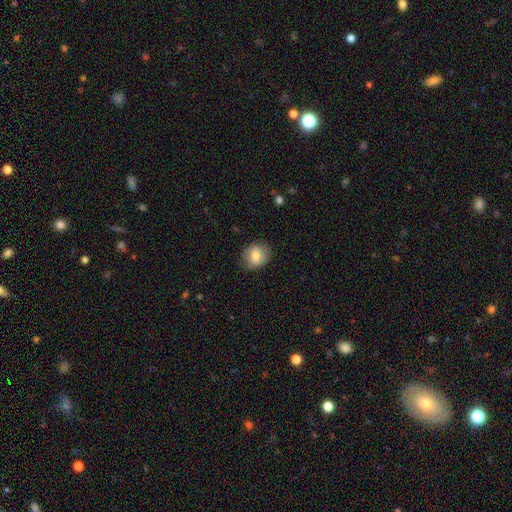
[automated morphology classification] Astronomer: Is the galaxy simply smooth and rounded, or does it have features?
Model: smooth — 80%.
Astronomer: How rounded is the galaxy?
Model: round — 71%.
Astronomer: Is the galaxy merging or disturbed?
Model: none — 83%.